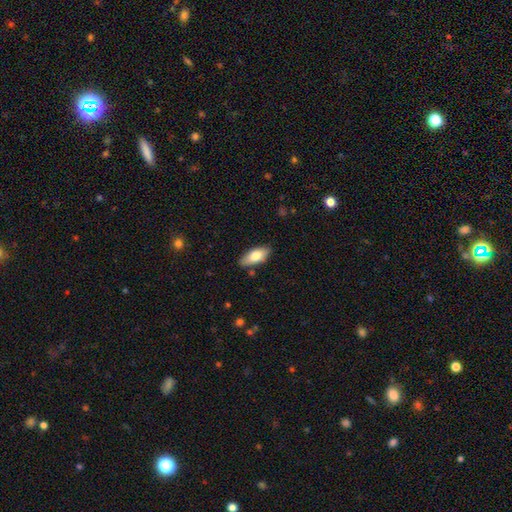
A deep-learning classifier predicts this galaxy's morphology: Smooth or featured? smooth (75%)
How rounded? in between (82%)
Merging? none (82%)